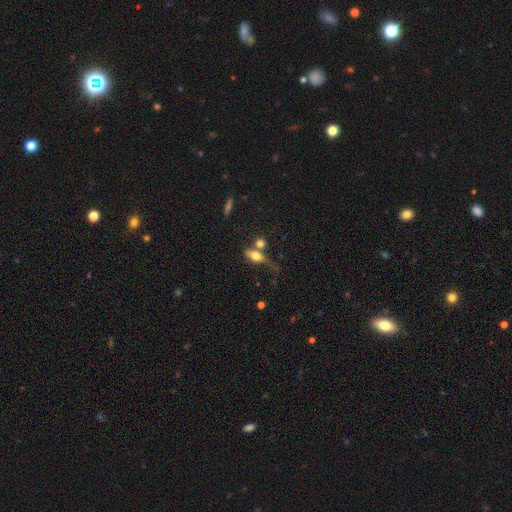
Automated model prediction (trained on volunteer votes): This is likely a smooth galaxy (64%). How rounded: likely in between (69%). Merging: marginally none (32%, tied with merger).